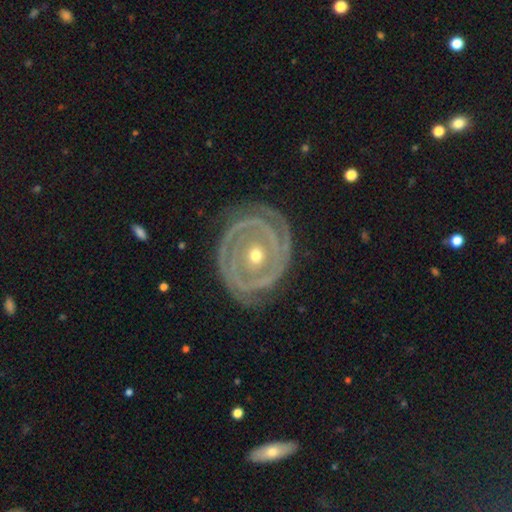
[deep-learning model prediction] Smooth or featured? Predicted: featured or disk (p=0.90). Edge-on disk? Predicted: no (p=0.97). Bar? Predicted: no (p=0.72). Spiral arms? Predicted: yes (p=0.95). Spiral winding? Predicted: tight (p=0.85). Spiral arm count? Predicted: 2 (p=0.51). Bulge size? Predicted: moderate (p=0.49). Merging? Predicted: none (p=0.79).